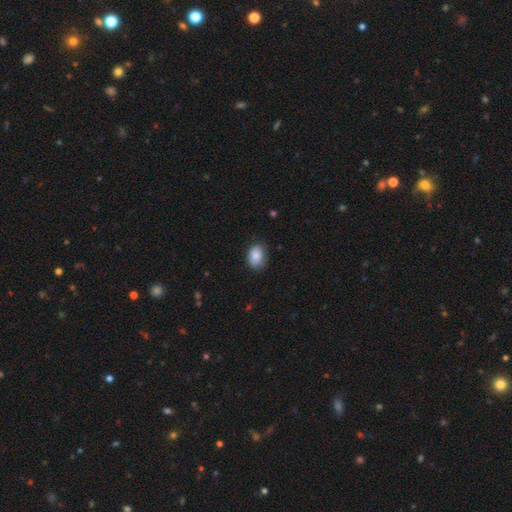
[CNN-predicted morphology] A smooth galaxy with no disk features (87%) that is in between round and cigar-shaped (77%). Merging: none (76%).